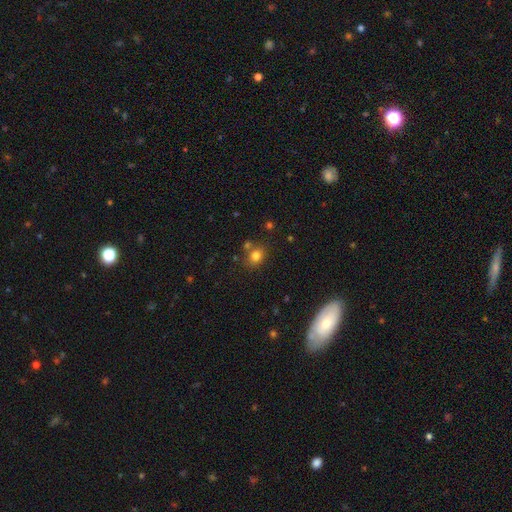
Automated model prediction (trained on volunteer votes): Smooth or featured? smooth (77%)
How rounded? round (69%)
Merging? none (70%)